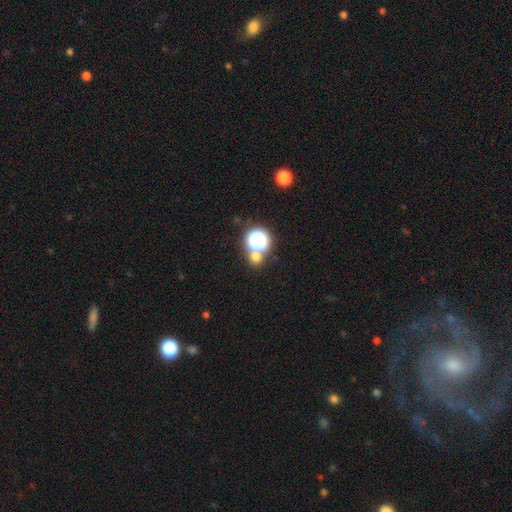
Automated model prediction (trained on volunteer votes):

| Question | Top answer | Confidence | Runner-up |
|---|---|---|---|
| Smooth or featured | smooth | 63% | star or artifact (30%) |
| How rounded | round | 85% | in between (14%) |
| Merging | none | 63% | merger (25%) |